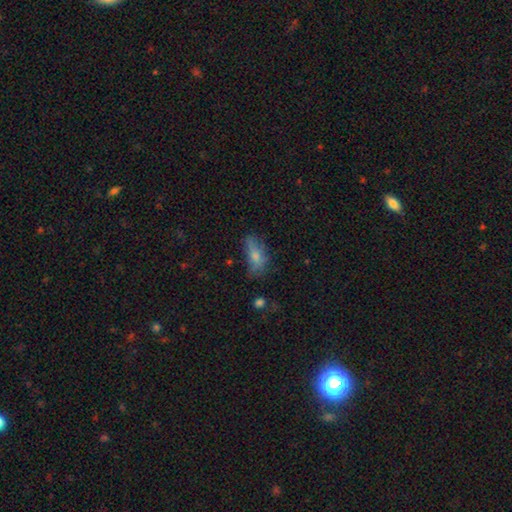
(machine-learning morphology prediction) A smooth galaxy with no disk features (66%) that is in between round and cigar-shaped (80%).

Vote fractions:
- Smooth or featured? smooth: 66% / featured or disk: 23% / star or artifact: 11%
- How rounded? in between: 80% / cigar-shaped: 15% / round: 5%
- Merging? none: 51% / minor disturbance: 29% / major disturbance: 17% / merger: 4%